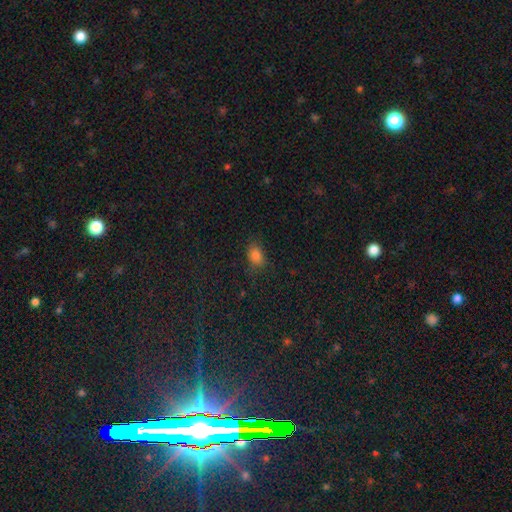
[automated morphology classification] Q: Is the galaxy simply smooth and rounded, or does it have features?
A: smooth — 82%.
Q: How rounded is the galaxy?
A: in between — 78%.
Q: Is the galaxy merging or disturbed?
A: none — 76%.